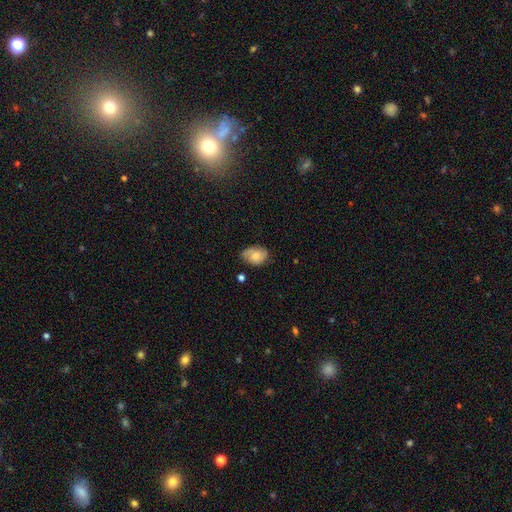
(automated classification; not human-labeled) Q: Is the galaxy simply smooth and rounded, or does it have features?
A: smooth — 59%.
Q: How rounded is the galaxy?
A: in between — 80%.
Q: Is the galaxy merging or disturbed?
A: none — 62%.